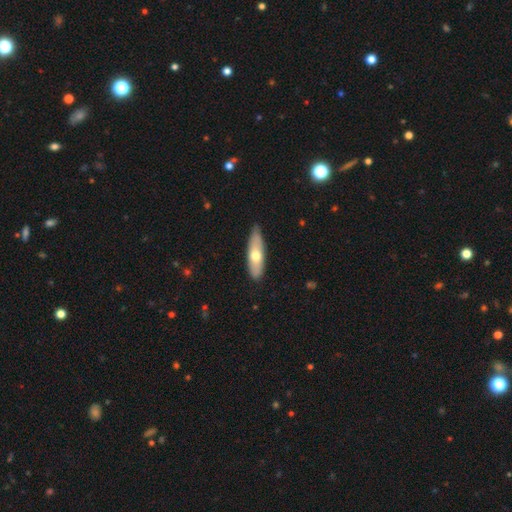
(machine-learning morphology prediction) smooth_or_featured: smooth (p=0.59) [alt: featured or disk p=0.36]
how_rounded: cigar-shaped (p=0.49) [alt: in between p=0.48]
merging: none (p=0.78) [alt: minor disturbance p=0.18]